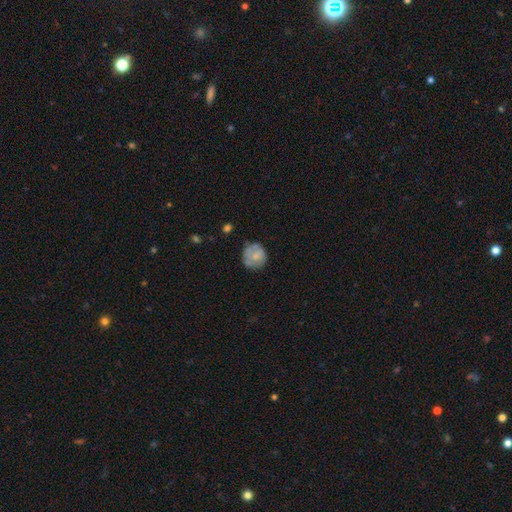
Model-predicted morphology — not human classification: Smooth or featured? Predicted: smooth (p=0.62). How rounded? Predicted: round (p=0.86). Merging? Predicted: none (p=0.65).